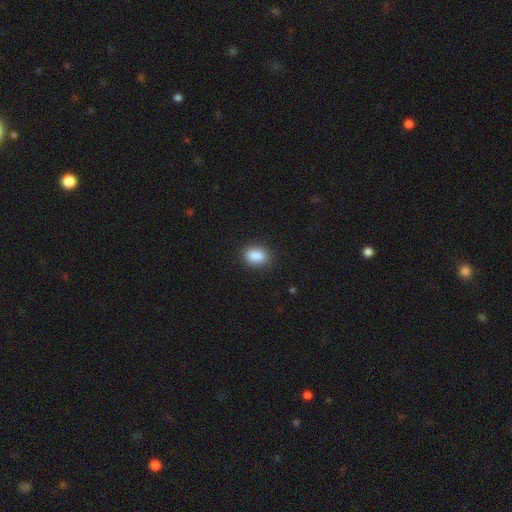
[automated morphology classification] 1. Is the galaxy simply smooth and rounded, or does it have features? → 88% smooth, 8% star or artifact, 4% featured or disk.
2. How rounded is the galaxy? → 75% in between, 23% round, 1% cigar-shaped.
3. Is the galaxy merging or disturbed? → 87% none, 10% minor disturbance, 3% major disturbance, 1% merger.